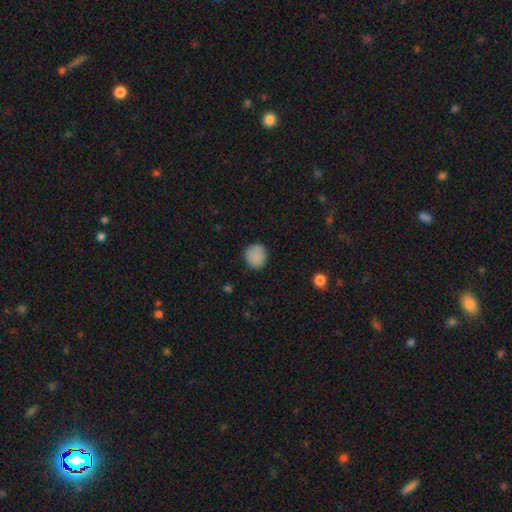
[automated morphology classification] A smooth galaxy with no disk features (86%) that is round (87%). Merging: none (85%).